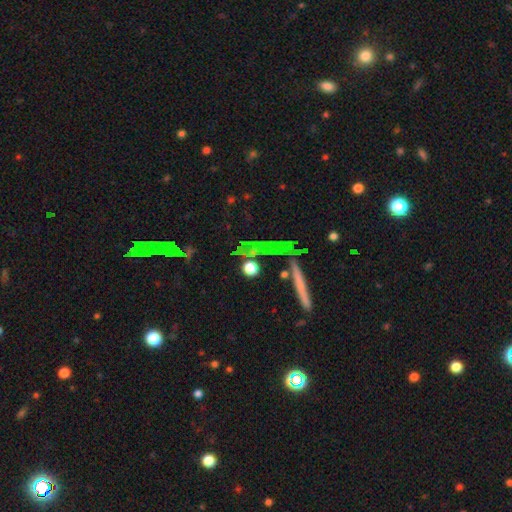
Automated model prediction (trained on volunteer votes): The model was most divided on "smooth or featured": smooth: 45%, featured or disk: 30%, star or artifact: 26%. More confident: merging — none (67%).